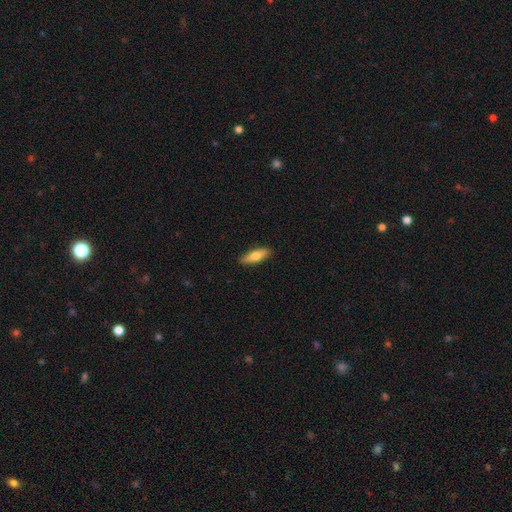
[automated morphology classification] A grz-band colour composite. It shows a smooth galaxy with no disk features (69%) that is in between round and cigar-shaped (55%). Merging: none (89%).